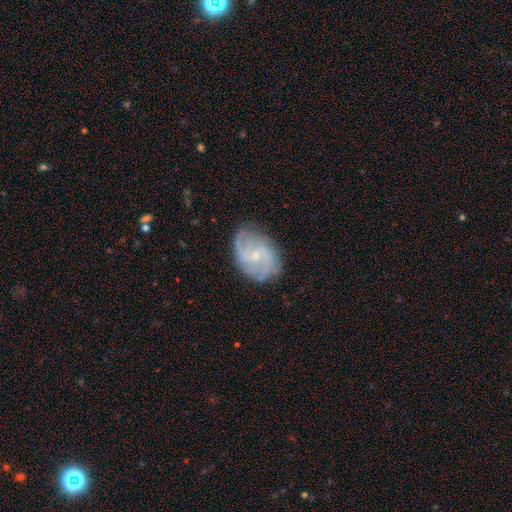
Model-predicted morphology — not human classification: The model was most divided on "spiral winding": medium: 43%, tight: 39%, loose: 18%. Remaining: edge-on disk — no (97%); spiral arms — yes (93%); smooth or featured — featured or disk (80%); bulge size — small (76%); merging — none (75%); bar — no (62%); spiral arm count — 2 (36%).